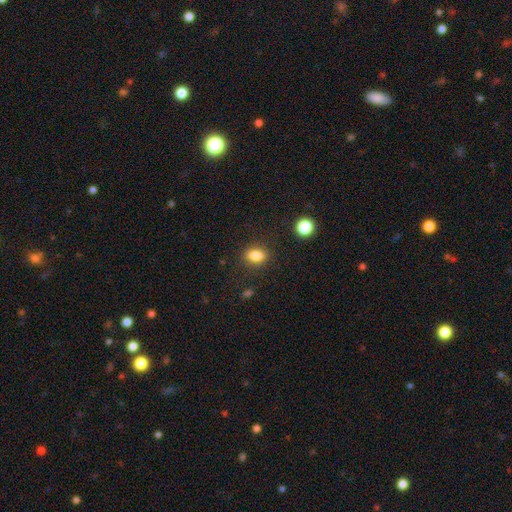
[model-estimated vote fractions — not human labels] A smooth galaxy with no disk features (84%) that is in between round and cigar-shaped (73%). Merging: none (85%).